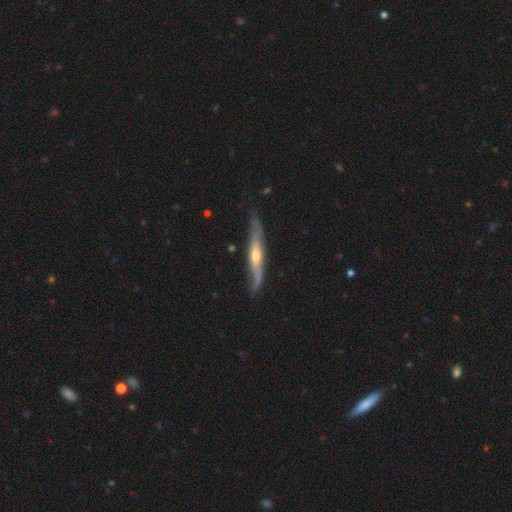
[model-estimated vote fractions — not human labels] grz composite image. It shows a featured or disk galaxy (73%) viewed edge-on (82%) with a rounded central bulge (77%). Merging: none (72%).